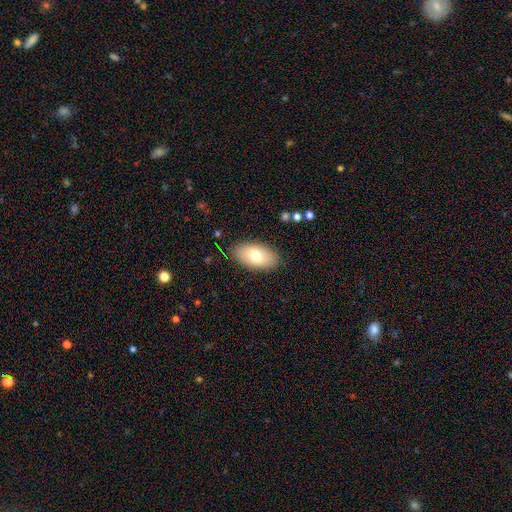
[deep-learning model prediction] Smooth or featured?
  - smooth: 74% *
  - featured or disk: 19%
  - star or artifact: 7%
How rounded?
  - in between: 94% *
  - round: 4%
  - cigar-shaped: 2%
Merging?
  - none: 86% *
  - minor disturbance: 10%
  - major disturbance: 3%
  - merger: 1%